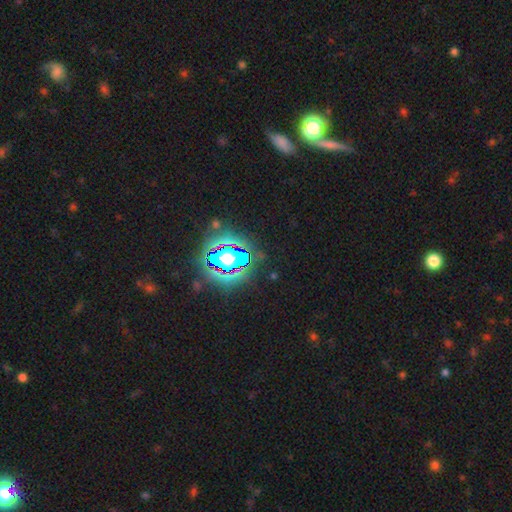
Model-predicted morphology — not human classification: smooth-or-featured: star or artifact: 77% | smooth: 13% | featured or disk: 10%